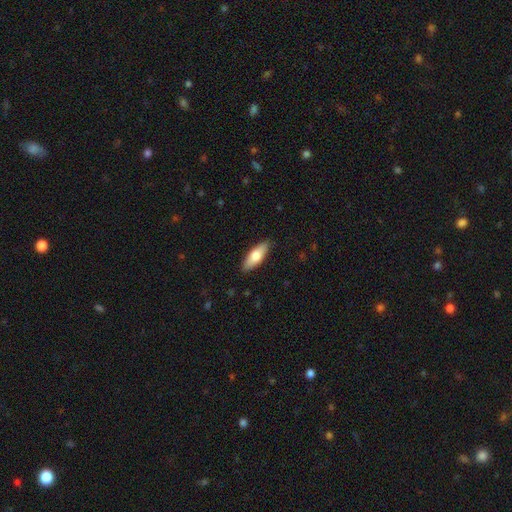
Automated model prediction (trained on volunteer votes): Morphology: type=smooth (72%); roundness=in between (63%); merging=none (88%).